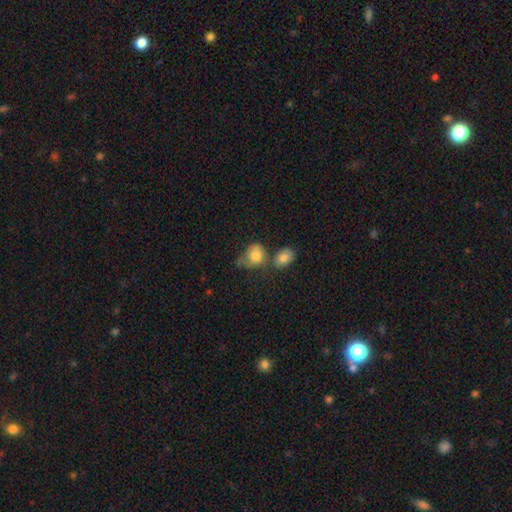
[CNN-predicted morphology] Overall: smooth (80%). How rounded: round (53%; in between 45%). Merging: none (35%; merger 26%).